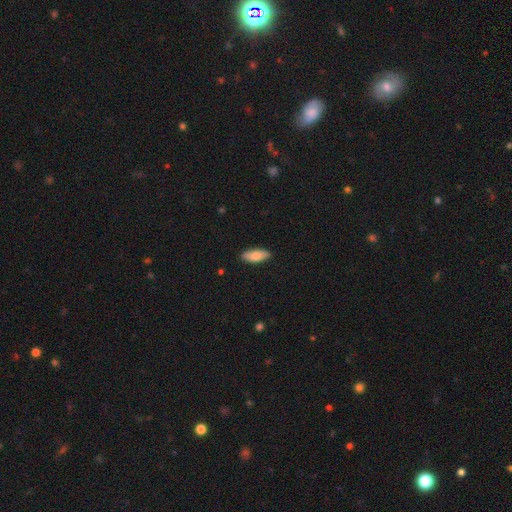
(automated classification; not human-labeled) This is likely a smooth galaxy (78%). How rounded: likely in between (80%). Merging: clearly none (88%).